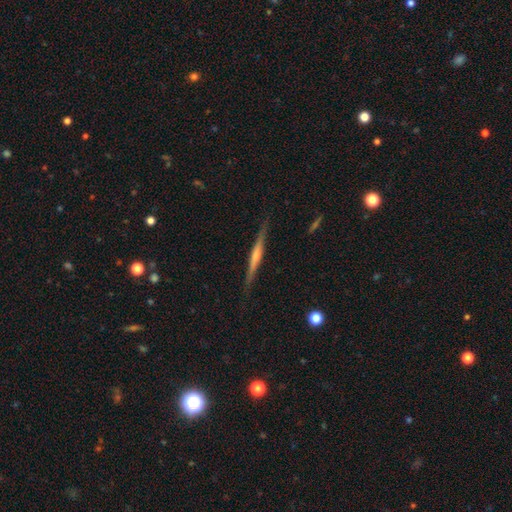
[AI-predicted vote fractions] smooth_or_featured: featured or disk (p=0.64) [alt: smooth p=0.30]
disk_edge_on: yes (p=0.97) [alt: no p=0.03]
edge_on_bulge: rounded (p=0.57) [alt: none p=0.30]
merging: none (p=0.88) [alt: minor disturbance p=0.09]